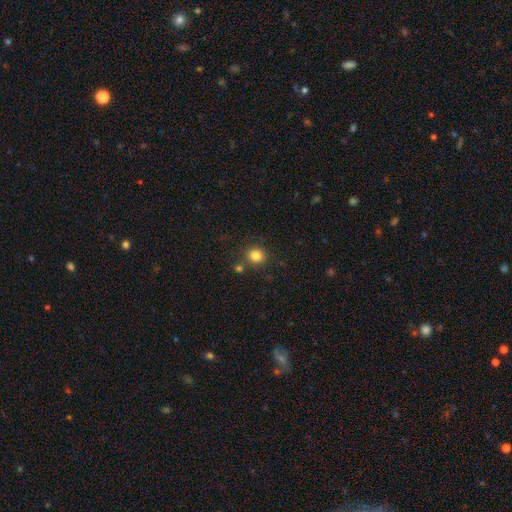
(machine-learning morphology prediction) smooth_or_featured: smooth (p=0.82) [alt: star or artifact p=0.12]
how_rounded: round (p=0.91) [alt: in between p=0.08]
merging: none (p=0.80) [alt: merger p=0.09]